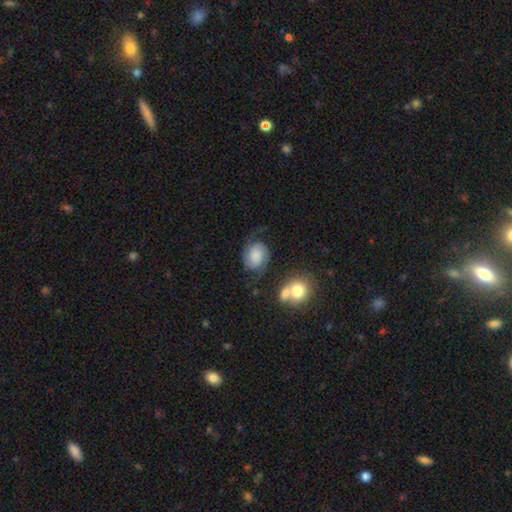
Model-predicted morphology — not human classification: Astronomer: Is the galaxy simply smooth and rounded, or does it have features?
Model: smooth — 47% (runner-up: featured or disk, 44%).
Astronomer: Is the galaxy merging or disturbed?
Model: none — 64%.